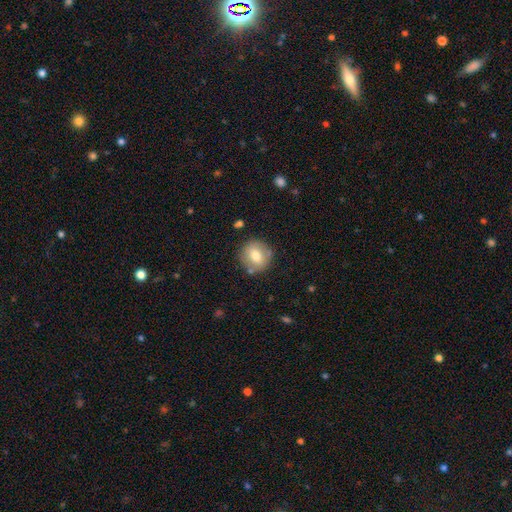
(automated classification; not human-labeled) This appears to be a smooth galaxy with no disk features (70%) that is round (87%). Merging: none (82%).